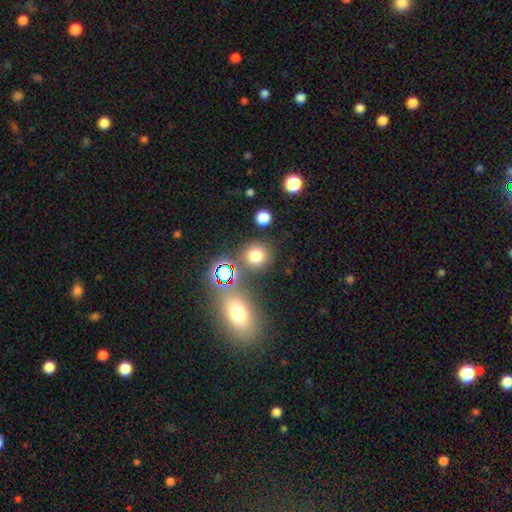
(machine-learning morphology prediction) smooth-or-featured: smooth: 72% | star or artifact: 21% | featured or disk: 8%
  how-rounded: round: 86% | in between: 13% | cigar-shaped: 1%
  merging: none: 78% | minor disturbance: 9% | merger: 9% | major disturbance: 4%